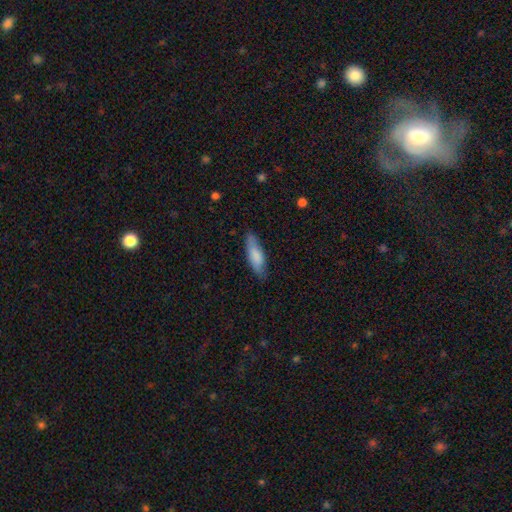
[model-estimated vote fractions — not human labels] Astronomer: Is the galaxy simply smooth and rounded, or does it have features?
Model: smooth — 80%.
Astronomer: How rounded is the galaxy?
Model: cigar-shaped — 50% (runner-up: in between, 49%).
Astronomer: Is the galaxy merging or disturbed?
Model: none — 79%.